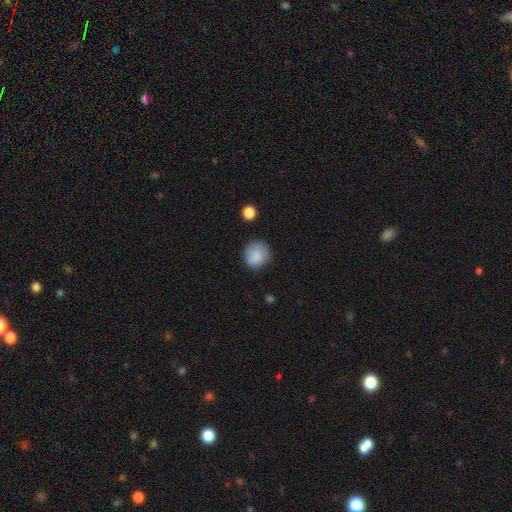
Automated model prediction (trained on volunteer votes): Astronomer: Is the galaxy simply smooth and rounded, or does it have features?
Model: smooth — 87%.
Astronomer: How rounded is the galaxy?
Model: round — 82%.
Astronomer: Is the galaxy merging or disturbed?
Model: none — 79%.